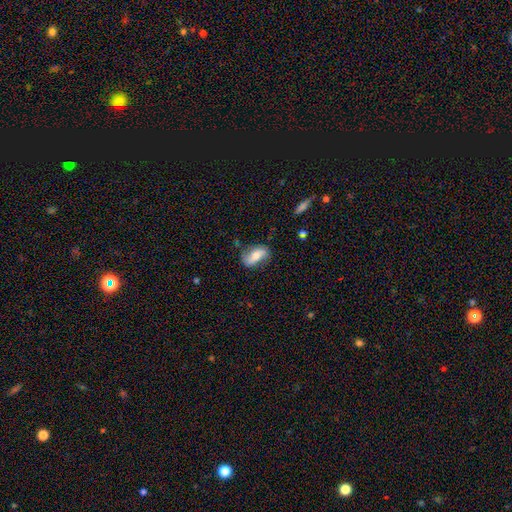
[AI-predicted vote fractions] Overall: featured or disk (46%, tied with smooth). Merging: none (69%).